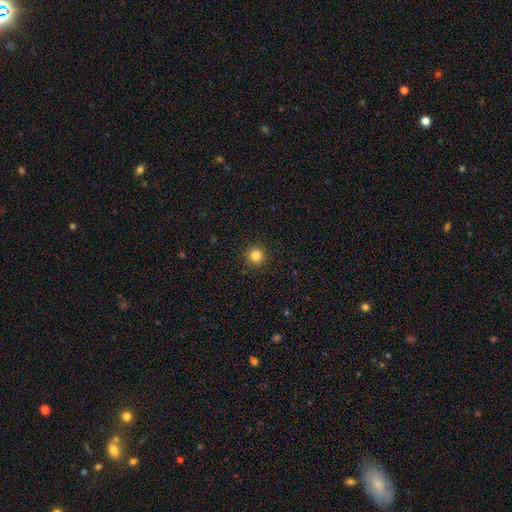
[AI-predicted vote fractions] Smooth or featured: smooth — 84% (star or artifact — 12%)
How rounded: round — 95% (in between — 4%)
Merging: none — 93% (minor disturbance — 5%)